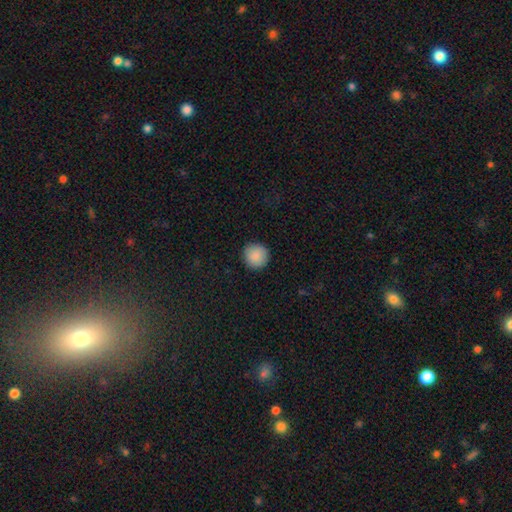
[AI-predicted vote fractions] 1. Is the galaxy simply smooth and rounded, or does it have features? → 89% smooth, 8% star or artifact, 3% featured or disk.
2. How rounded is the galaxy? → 95% round, 4% in between, 1% cigar-shaped.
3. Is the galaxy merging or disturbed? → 92% none, 6% minor disturbance, 2% major disturbance, 1% merger.